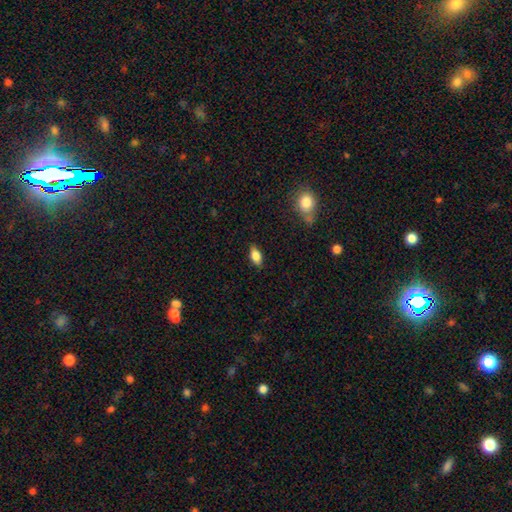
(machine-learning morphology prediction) Smooth or featured?
  - smooth: 78% *
  - featured or disk: 14%
  - star or artifact: 8%
How rounded?
  - in between: 87% *
  - cigar-shaped: 9%
  - round: 4%
Merging?
  - none: 86% *
  - minor disturbance: 11%
  - major disturbance: 2%
  - merger: 1%